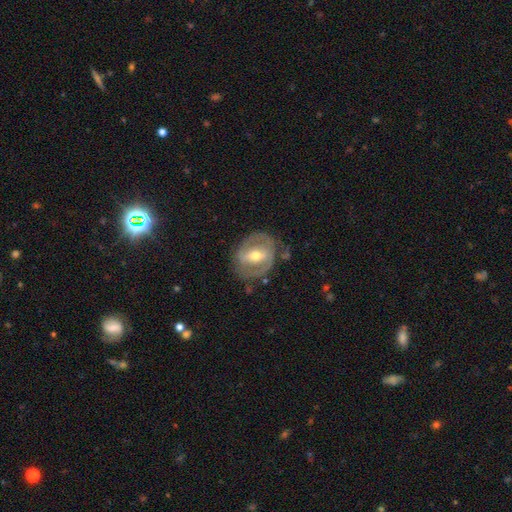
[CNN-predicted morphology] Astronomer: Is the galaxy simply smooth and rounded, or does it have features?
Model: featured or disk — 76%.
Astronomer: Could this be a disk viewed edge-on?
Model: no — 95%.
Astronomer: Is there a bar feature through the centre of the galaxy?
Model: strong — 51% (runner-up: weak, 33%).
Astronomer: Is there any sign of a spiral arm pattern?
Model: yes — 67%.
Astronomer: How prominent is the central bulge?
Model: moderate — 66%.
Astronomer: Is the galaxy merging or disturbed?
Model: none — 72%.